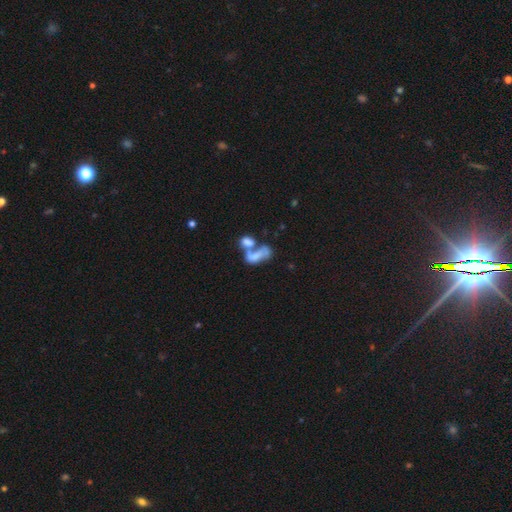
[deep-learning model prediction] smooth_or_featured: smooth (p=0.55) [alt: featured or disk p=0.34]
how_rounded: in between (p=0.85) [alt: round p=0.08]
merging: merger (p=0.67) [alt: major disturbance p=0.14]